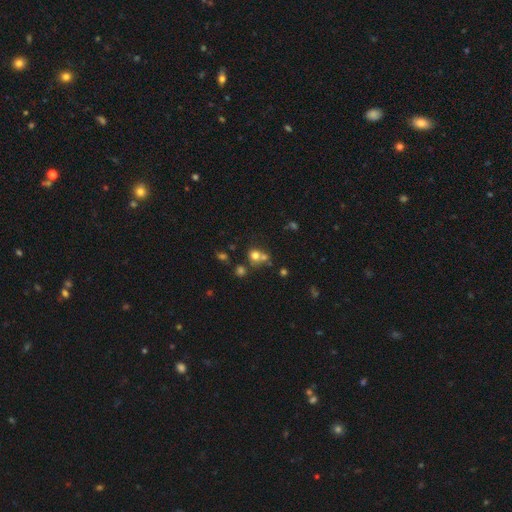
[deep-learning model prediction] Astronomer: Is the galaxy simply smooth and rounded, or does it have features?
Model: smooth — 68%.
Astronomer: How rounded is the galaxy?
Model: round — 83%.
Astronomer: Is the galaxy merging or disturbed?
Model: none — 49% (runner-up: merger, 37%).